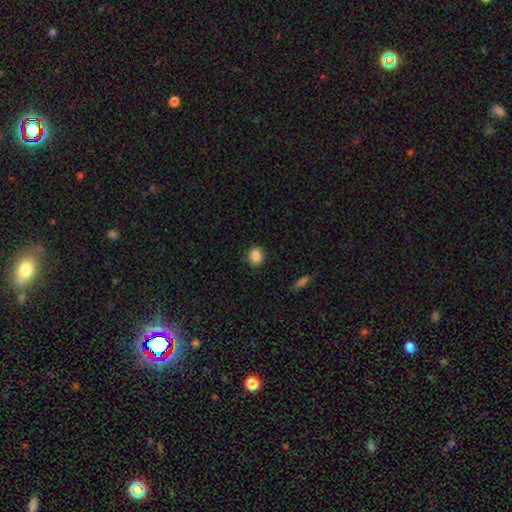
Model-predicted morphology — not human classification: Q: Smooth or featured?
A: smooth (87%); runner-up: star or artifact (9%)
Q: How rounded?
A: round (62%); runner-up: in between (36%)
Q: Merging?
A: none (87%); runner-up: minor disturbance (10%)